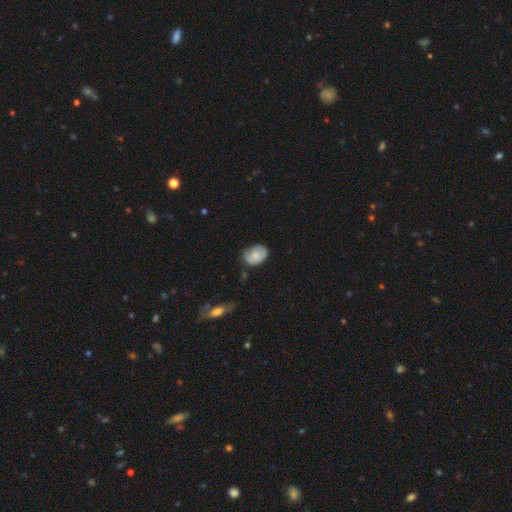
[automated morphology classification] Q: Smooth or featured?
A: smooth (69%); runner-up: featured or disk (24%)
Q: How rounded?
A: in between (67%); runner-up: round (31%)
Q: Merging?
A: none (64%); runner-up: minor disturbance (29%)